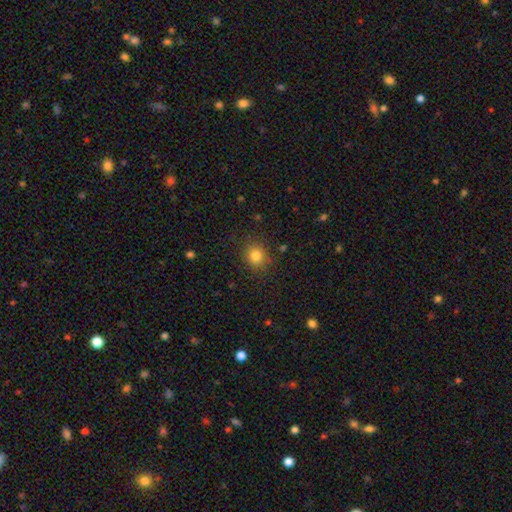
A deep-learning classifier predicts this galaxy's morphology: A smooth galaxy with no disk features (82%) that is round (80%). Merging: none (85%).